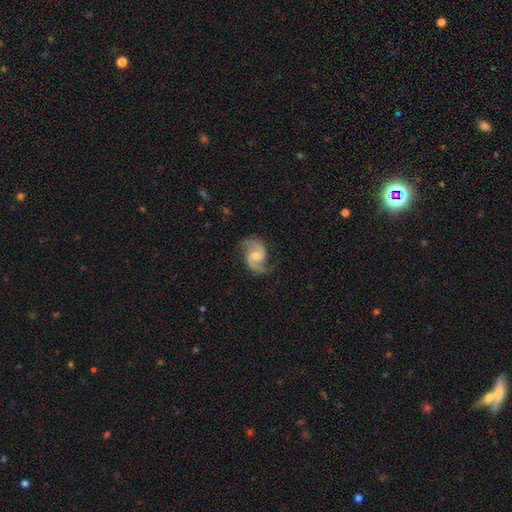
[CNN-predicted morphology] featured or disk 87%, smooth 8%, star or artifact 5%. Down the decision tree: edge-on disk — no (98%); bar — no (49%); spiral arms — yes (97%); spiral arm count — 2 (92%); spiral winding — medium (53%); bulge size — moderate (55%); merging — none (76%).